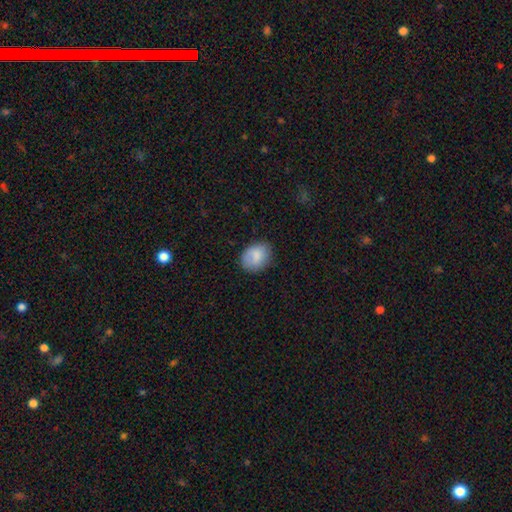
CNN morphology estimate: A smooth galaxy with no disk features (82%) that is in between round and cigar-shaped (57%). Merging: none (77%).